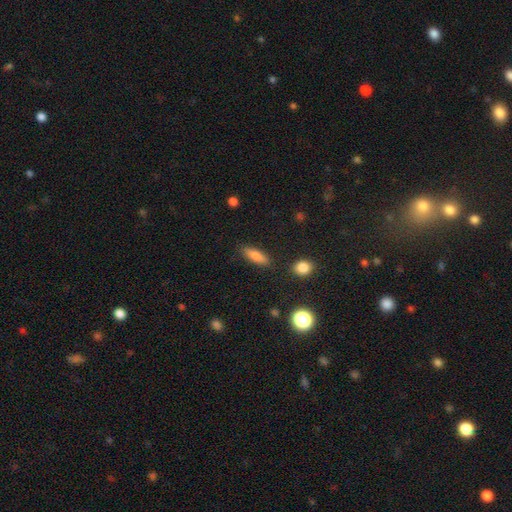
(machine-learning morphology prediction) This is clearly a smooth galaxy (81%). How rounded: possibly in between (55%). Merging: clearly none (85%).